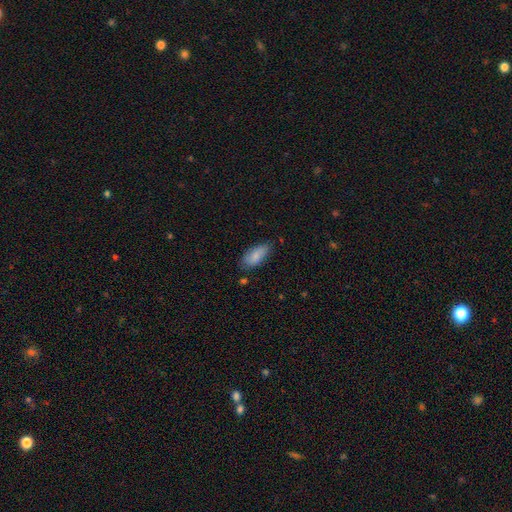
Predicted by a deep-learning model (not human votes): This is clearly a smooth galaxy (84%). How rounded: clearly in between (84%). Merging: likely none (69%).